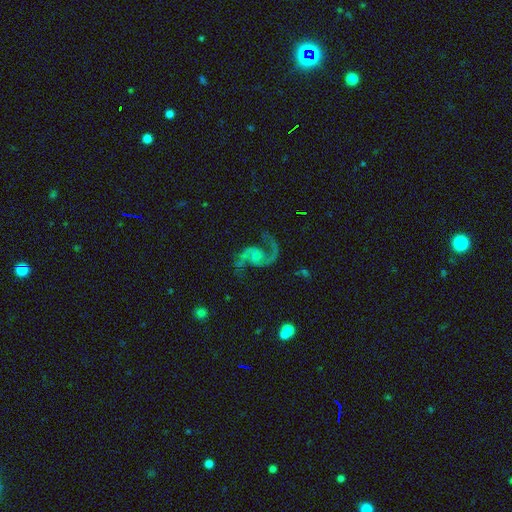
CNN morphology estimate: A featured or disk galaxy (92%) with no bar (58%), 2 (94%) medium (55%) spiral arms (98%) and a small central bulge (43%). Merging: none (76%).